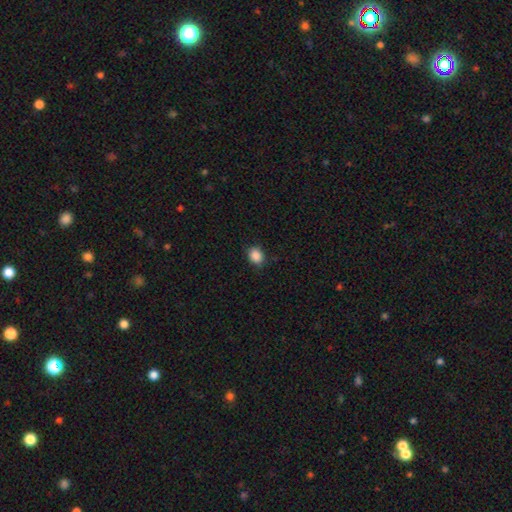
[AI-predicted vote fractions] smooth 88%, star or artifact 9%, featured or disk 3%. Down the decision tree: how rounded — in between (53%); merging — none (85%).